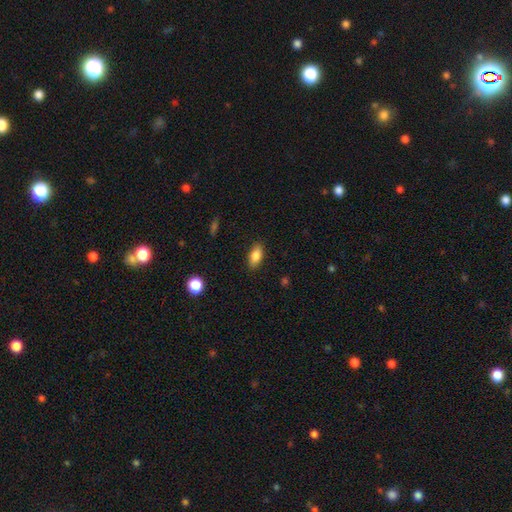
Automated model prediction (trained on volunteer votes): Smooth or featured?
  - smooth: 84% *
  - star or artifact: 8%
  - featured or disk: 8%
How rounded?
  - in between: 88% *
  - cigar-shaped: 8%
  - round: 4%
Merging?
  - none: 87% *
  - minor disturbance: 9%
  - major disturbance: 2%
  - merger: 1%